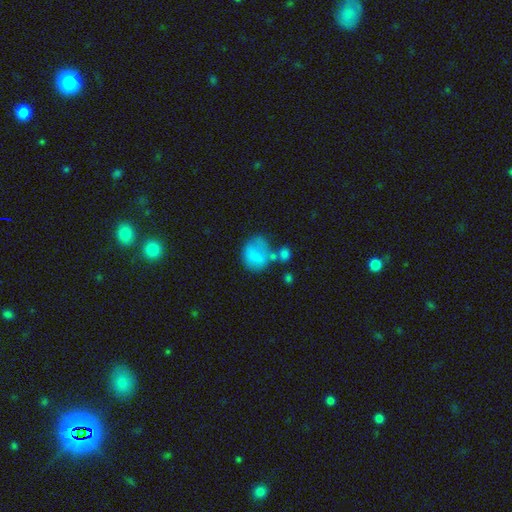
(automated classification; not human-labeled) A smooth galaxy with no disk features (75%) that is round (51%).

Vote fractions:
- Smooth or featured? smooth: 75% / featured or disk: 15% / star or artifact: 10%
- How rounded? round: 51% / in between: 48% / cigar-shaped: 1%
- Merging? none: 37% / minor disturbance: 25% / major disturbance: 20% / merger: 19%